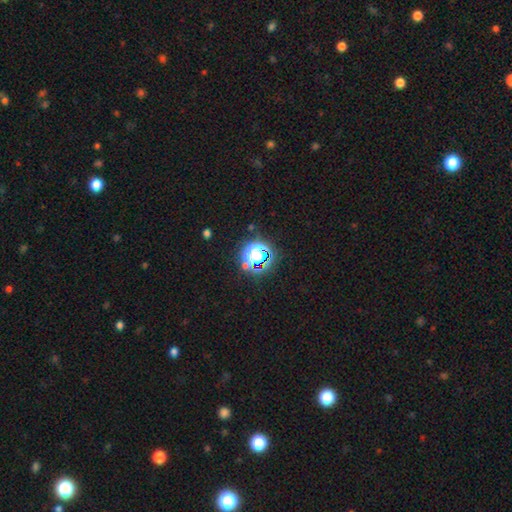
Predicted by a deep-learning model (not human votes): Smooth or featured? star or artifact (50%)